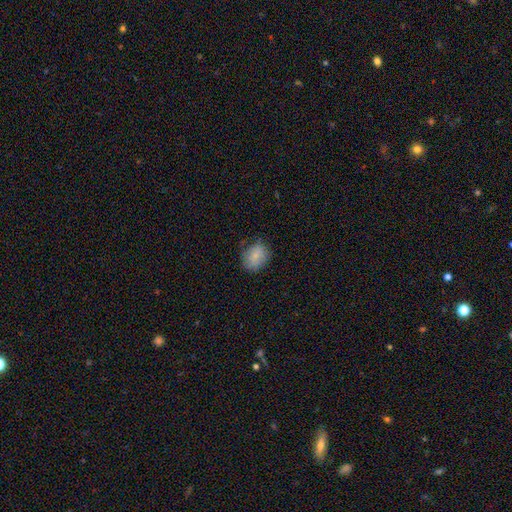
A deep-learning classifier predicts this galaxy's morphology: Q: Smooth or featured?
A: smooth (82%); runner-up: featured or disk (10%)
Q: How rounded?
A: round (50%); runner-up: in between (49%)
Q: Merging?
A: none (70%); runner-up: minor disturbance (22%)